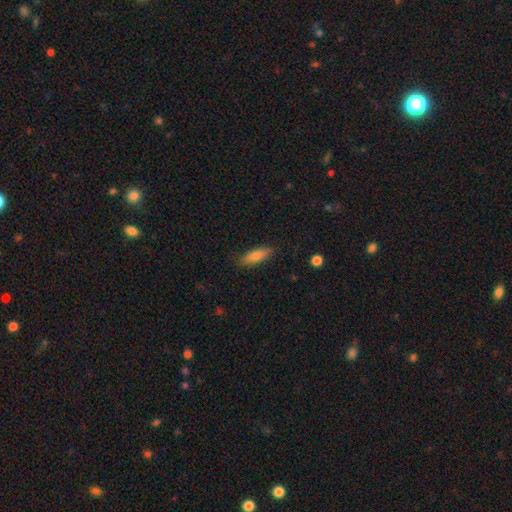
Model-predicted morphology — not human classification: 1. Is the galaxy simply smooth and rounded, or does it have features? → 81% smooth, 12% featured or disk, 7% star or artifact.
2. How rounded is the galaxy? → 53% cigar-shaped, 45% in between, 2% round.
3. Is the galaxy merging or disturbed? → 85% none, 11% minor disturbance, 2% major disturbance, 1% merger.